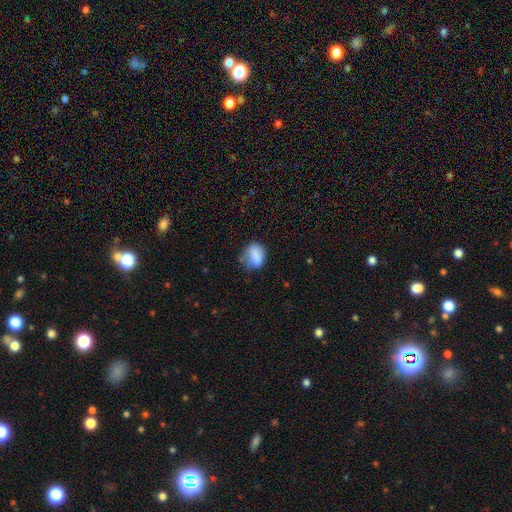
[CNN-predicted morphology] A smooth galaxy with no disk features (79%) that is in between round and cigar-shaped (60%). Merging: none (51%).